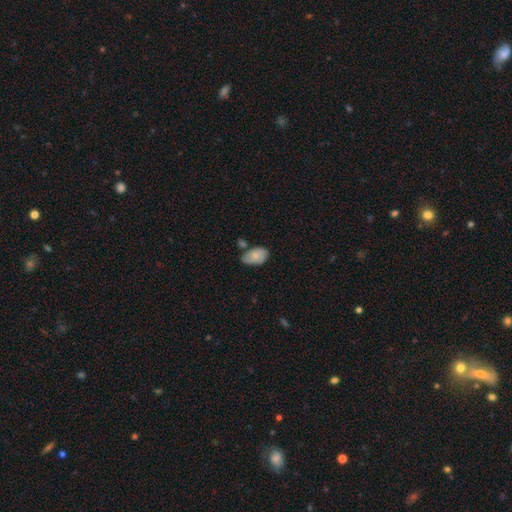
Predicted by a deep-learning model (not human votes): A smooth galaxy with no disk features (75%) that is in between round and cigar-shaped (92%). Merging: none (53%).